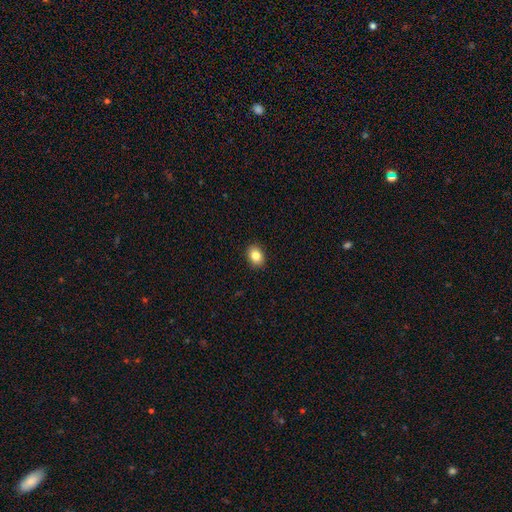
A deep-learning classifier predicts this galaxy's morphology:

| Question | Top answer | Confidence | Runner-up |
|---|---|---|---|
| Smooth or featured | smooth | 84% | star or artifact (9%) |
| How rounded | in between | 58% | round (41%) |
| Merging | none | 90% | minor disturbance (7%) |